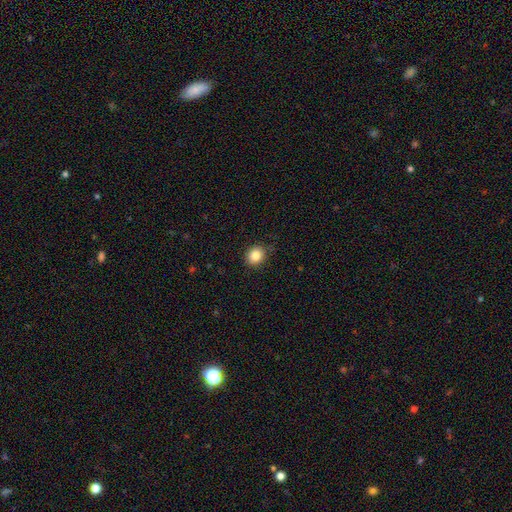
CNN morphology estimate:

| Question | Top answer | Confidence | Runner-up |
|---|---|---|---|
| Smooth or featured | smooth | 86% | star or artifact (9%) |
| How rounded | round | 73% | in between (26%) |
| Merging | none | 83% | minor disturbance (13%) |